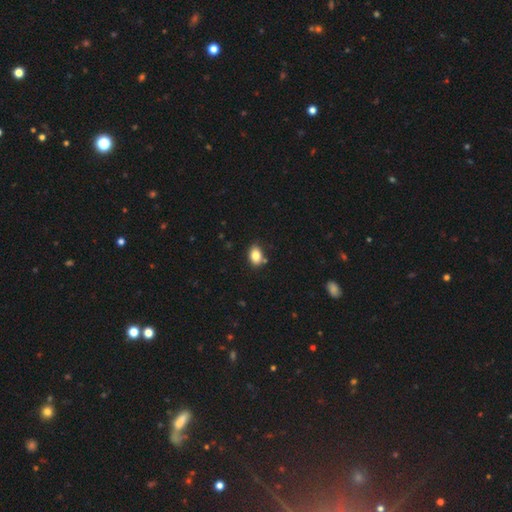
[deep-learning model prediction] A smooth galaxy with no disk features (84%) that is in between round and cigar-shaped (81%).

Vote fractions:
- Smooth or featured? smooth: 84% / star or artifact: 9% / featured or disk: 7%
- How rounded? in between: 81% / round: 17% / cigar-shaped: 1%
- Merging? none: 81% / minor disturbance: 12% / merger: 5% / major disturbance: 2%